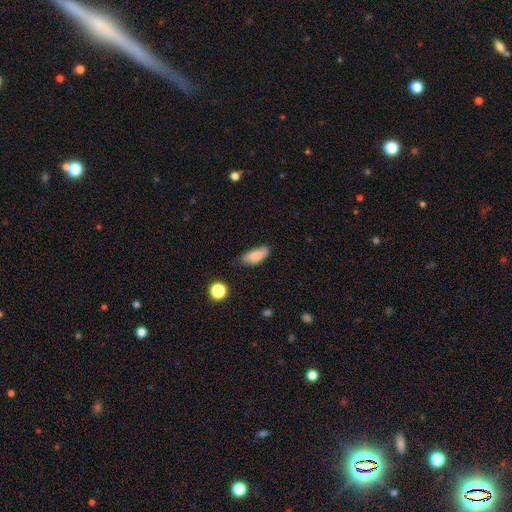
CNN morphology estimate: Q: Smooth or featured?
A: smooth (82%); runner-up: featured or disk (9%)
Q: How rounded?
A: in between (85%); runner-up: cigar-shaped (12%)
Q: Merging?
A: none (59%); runner-up: minor disturbance (32%)